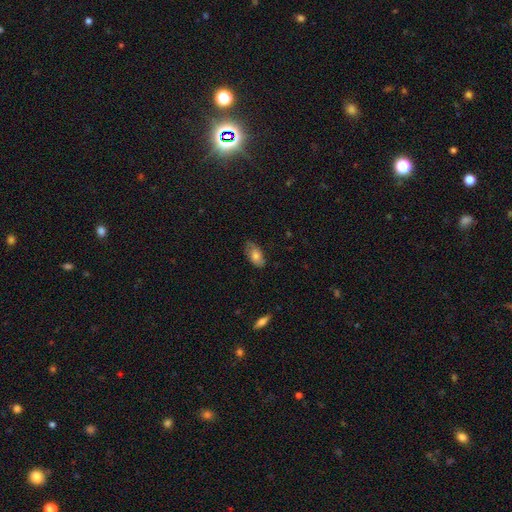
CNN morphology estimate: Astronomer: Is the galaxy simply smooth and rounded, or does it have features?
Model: smooth — 72%.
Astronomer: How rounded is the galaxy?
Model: in between — 91%.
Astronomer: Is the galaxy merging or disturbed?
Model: none — 67%.